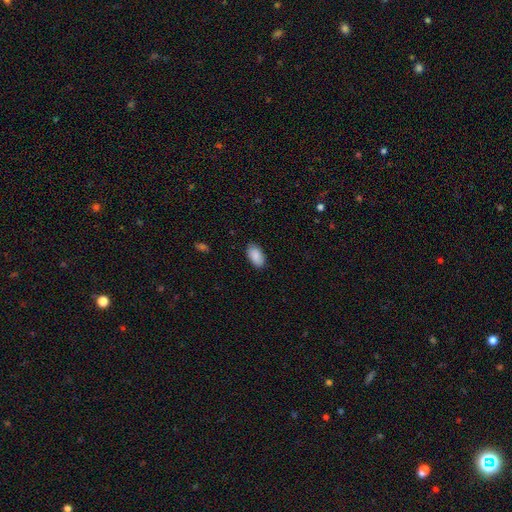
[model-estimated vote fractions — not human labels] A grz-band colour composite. It shows a smooth galaxy with no disk features (89%) that is in between round and cigar-shaped (95%). Merging: none (87%).